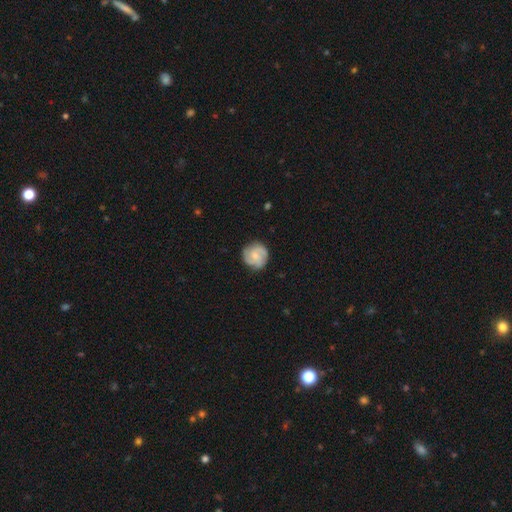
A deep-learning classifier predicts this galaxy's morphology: smooth-or-featured: featured or disk: 70% | smooth: 24% | star or artifact: 6%
  disk-edge-on: no: 98% | yes: 2%
    bar: no: 64% | weak: 32% | strong: 5%
    has-spiral-arms: yes: 96% | no: 4%
      spiral-winding: tight: 47% | medium: 43% | loose: 10%
      spiral-arm-count: 3: 58% | 2: 19% | can't tell: 10% | 4: 6% | 1: 3% | more than 4: 3%
    bulge-size: small: 56% | moderate: 34% | none: 7% | large: 2% | dominant: 1%
  merging: none: 82% | minor disturbance: 13% | major disturbance: 3% | merger: 1%